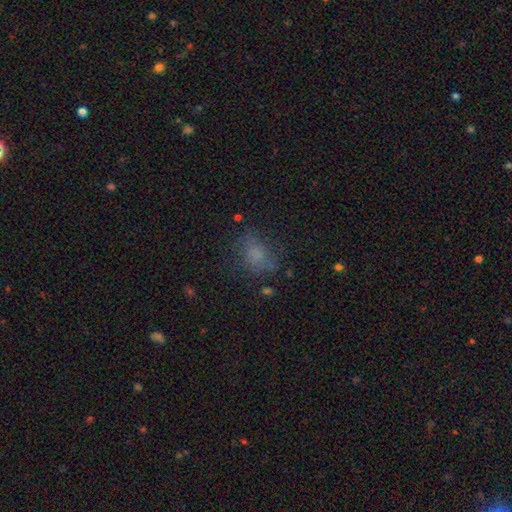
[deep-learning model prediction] A smooth galaxy with no disk features (66%) that is in between round and cigar-shaped (58%). Merging: none (61%).